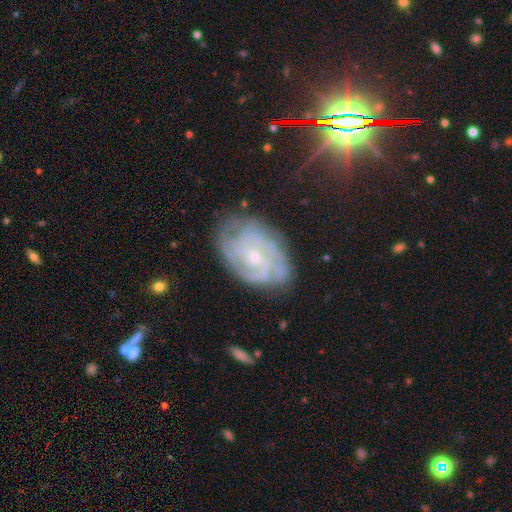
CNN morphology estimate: type=featured or disk (84%); edge-on=no (97%); bar=no (67%); spiral arms=yes (97%); winding=tight (73%); arm count=can't tell (27%); bulge=small (72%); merging=none (76%).